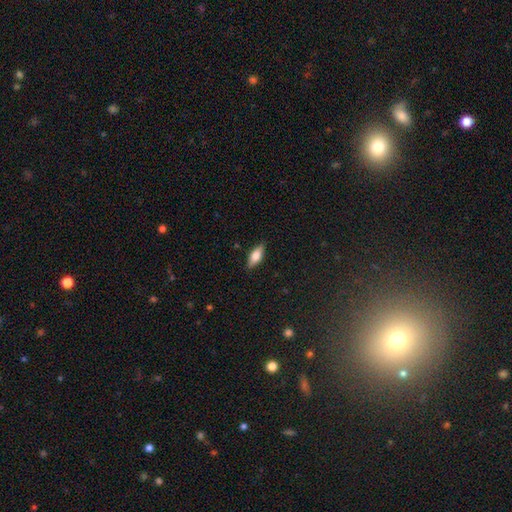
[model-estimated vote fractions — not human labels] smooth_or_featured: smooth (p=0.72) [alt: featured or disk p=0.21]
how_rounded: in between (p=0.75) [alt: cigar-shaped p=0.23]
merging: none (p=0.86) [alt: minor disturbance p=0.11]